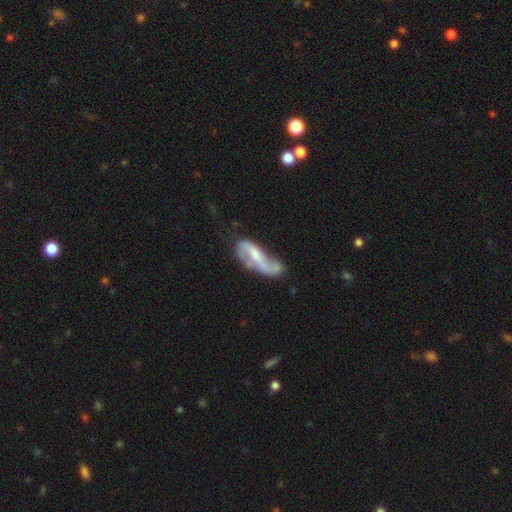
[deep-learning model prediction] A featured or disk galaxy (60%) with no bar (48%), spiral arms (66%) and a moderate central bulge (37%). Merging: major disturbance (33%).